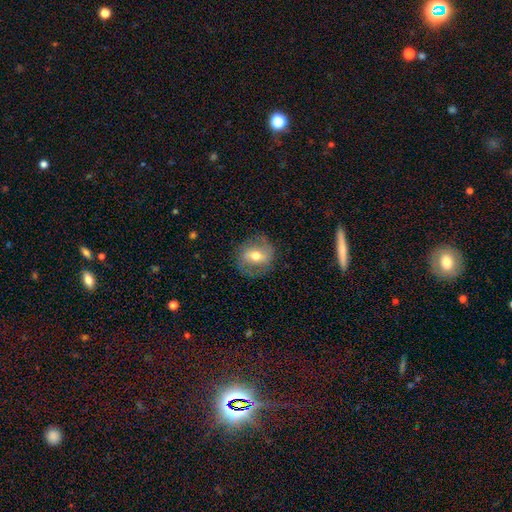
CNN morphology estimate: type=featured or disk (56%); edge-on=no (93%); bar=weak (42%); spiral arms=yes (64%); bulge=moderate (73%); merging=none (81%).